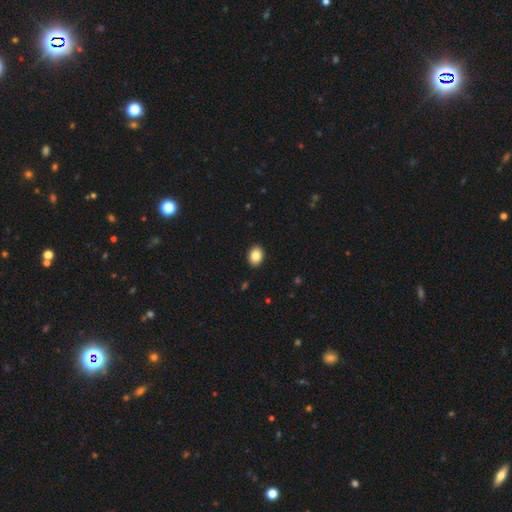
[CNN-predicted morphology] Smooth or featured? Predicted: smooth (p=0.85). How rounded? Predicted: in between (p=0.67). Merging? Predicted: none (p=0.92).